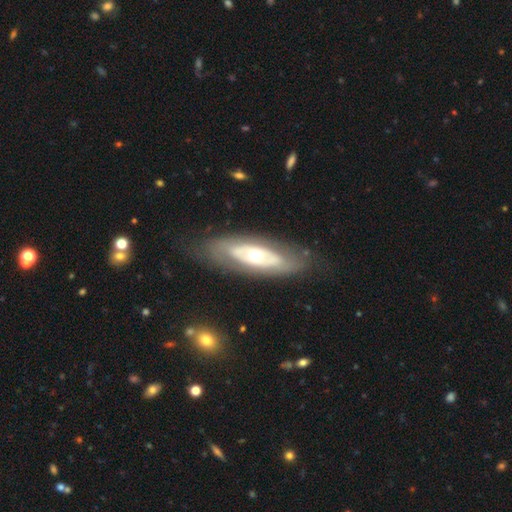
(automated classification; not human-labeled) smooth_or_featured: featured or disk (p=0.65) [alt: smooth p=0.30]
disk_edge_on: no (p=0.80) [alt: yes p=0.20]
bar: no (p=0.86) [alt: weak p=0.09]
has_spiral_arms: no (p=0.80) [alt: yes p=0.20]
bulge_size: moderate (p=0.67) [alt: large p=0.22]
merging: none (p=0.78) [alt: minor disturbance p=0.13]